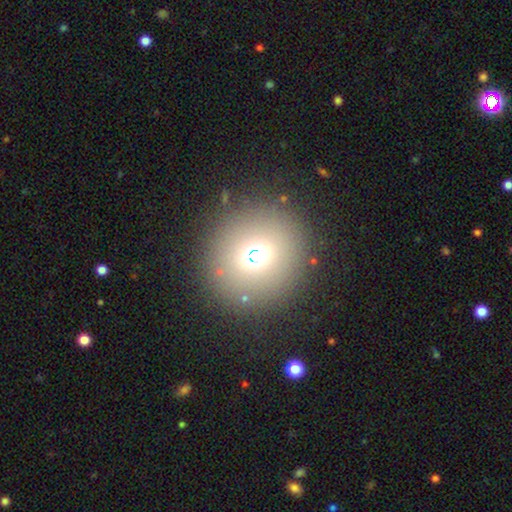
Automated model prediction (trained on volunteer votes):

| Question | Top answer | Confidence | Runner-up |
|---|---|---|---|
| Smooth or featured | smooth | 64% | star or artifact (26%) |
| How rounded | round | 90% | in between (8%) |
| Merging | none | 88% | minor disturbance (6%) |